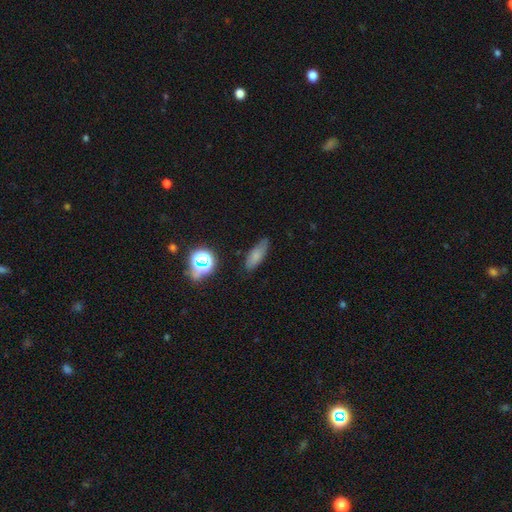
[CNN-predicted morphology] smooth 74%, star or artifact 14%, featured or disk 13%. Down the decision tree: how rounded — in between (64%); merging — none (75%).